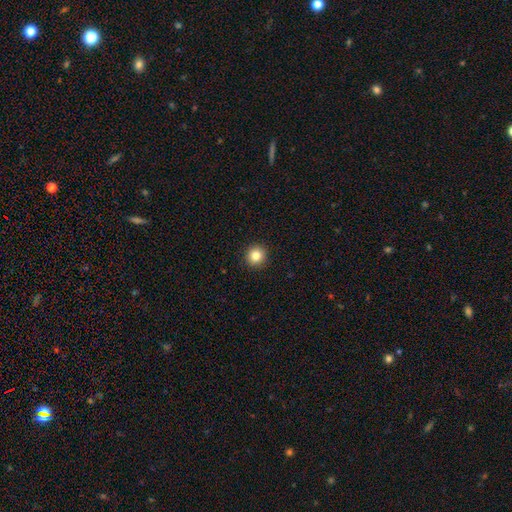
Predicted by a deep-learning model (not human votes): This appears to be a smooth galaxy with no disk features (83%) that is round (94%). Merging: none (93%).